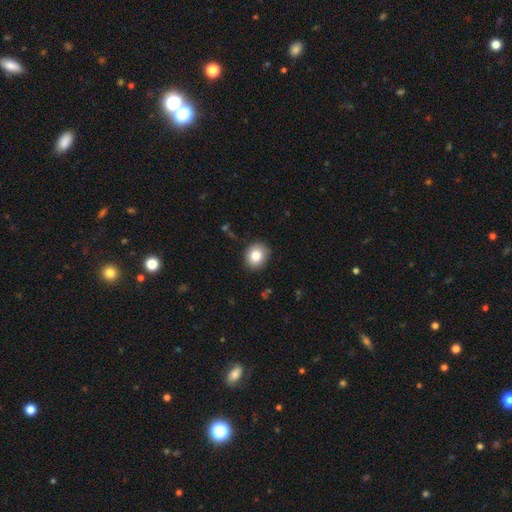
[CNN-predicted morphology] This is clearly a smooth galaxy (83%). How rounded: likely round (68%). Merging: clearly none (88%).